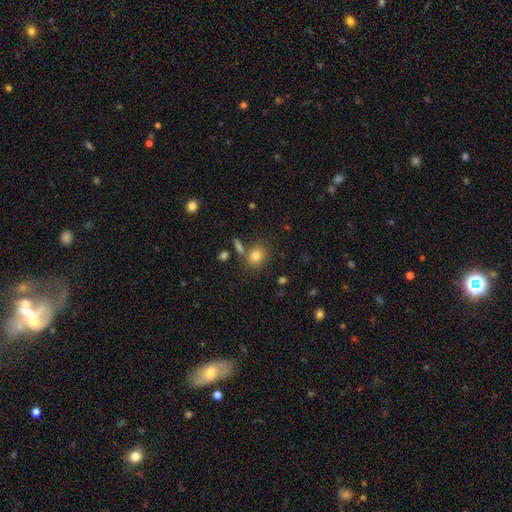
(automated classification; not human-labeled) Smooth or featured?
  - smooth: 80% *
  - star or artifact: 11%
  - featured or disk: 9%
How rounded?
  - round: 56% *
  - in between: 43%
  - cigar-shaped: 1%
Merging?
  - none: 69% *
  - merger: 14%
  - minor disturbance: 13%
  - major disturbance: 5%